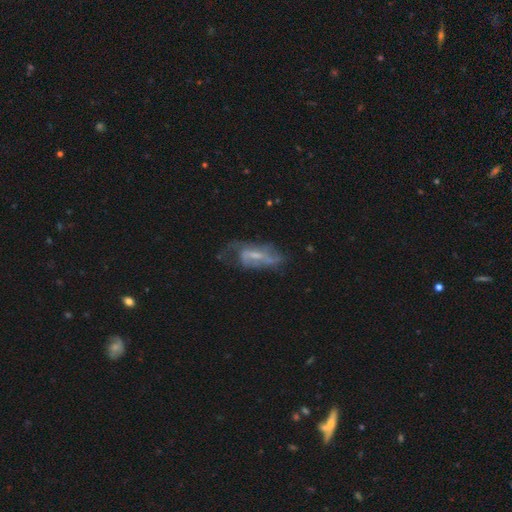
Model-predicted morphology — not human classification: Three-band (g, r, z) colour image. It shows a featured or disk galaxy (70%) with a weak bar (46%), spiral arms (76%) and a small central bulge (50%). Merging: none (41%).